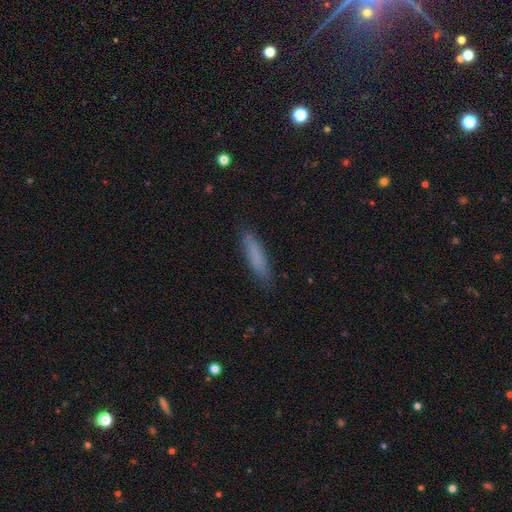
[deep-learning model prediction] Overall: smooth (79%). How rounded: cigar-shaped (85%). Merging: none (86%).